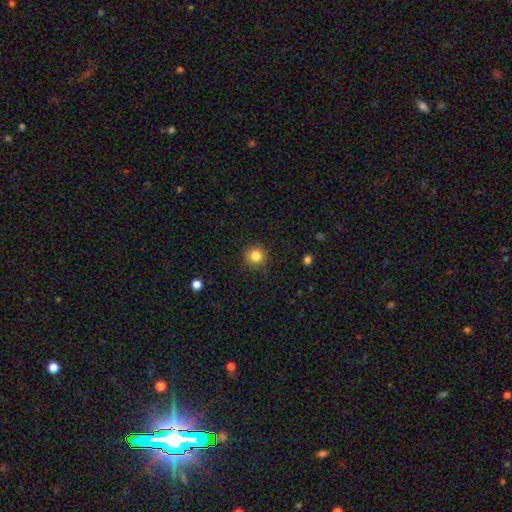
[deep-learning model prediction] Overall: smooth (84%). How rounded: round (94%). Merging: none (89%).